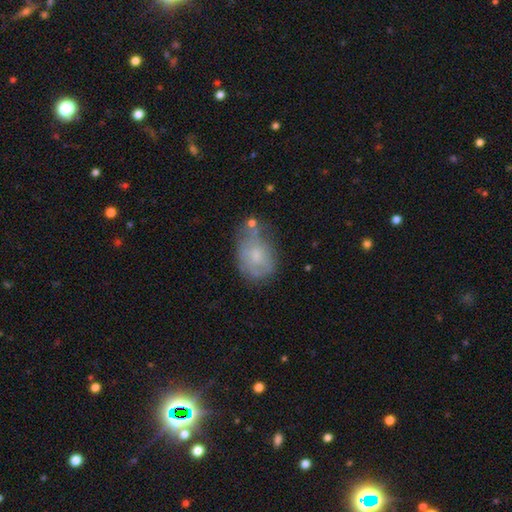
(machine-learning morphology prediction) Overall: smooth (56%; featured or disk 35%). How rounded: in between (73%). Merging: none (41%; minor disturbance 33%).